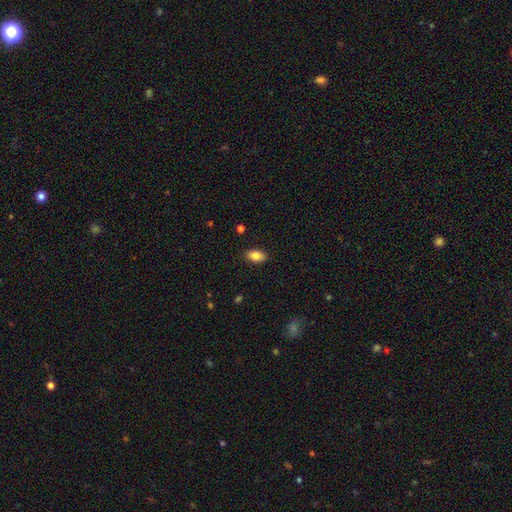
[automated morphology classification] This is clearly a smooth galaxy (83%). How rounded: clearly in between (90%). Merging: clearly none (89%).